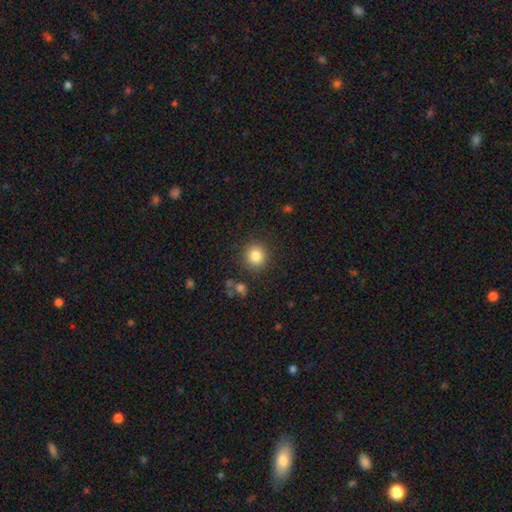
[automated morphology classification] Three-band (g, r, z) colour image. It shows a smooth galaxy with no disk features (84%) that is round (90%). Merging: none (88%).